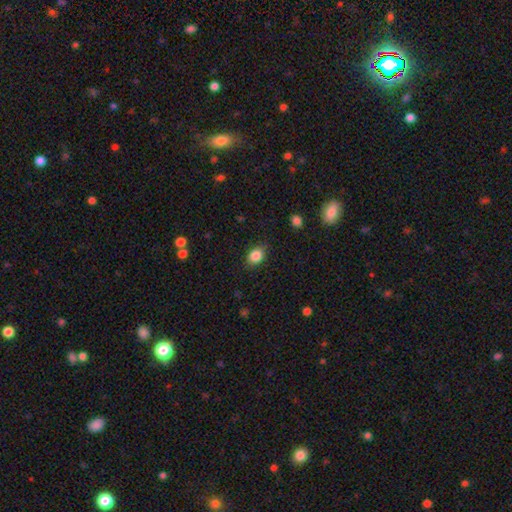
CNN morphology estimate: Smooth or featured? smooth (85%)
How rounded? in between (57%)
Merging? none (80%)